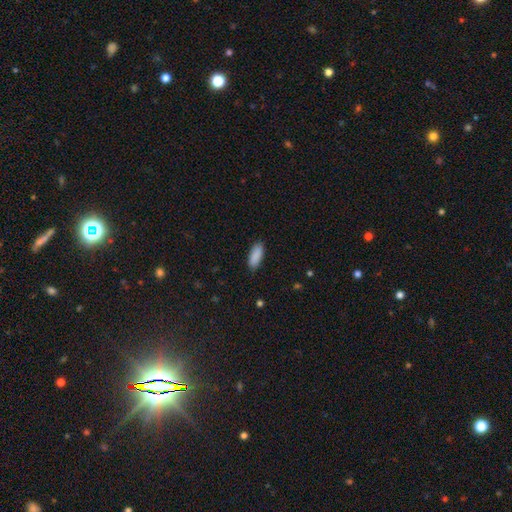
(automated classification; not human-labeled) Smooth or featured: smooth — 90% (star or artifact — 6%)
How rounded: in between — 77% (cigar-shaped — 22%)
Merging: none — 88% (minor disturbance — 9%)